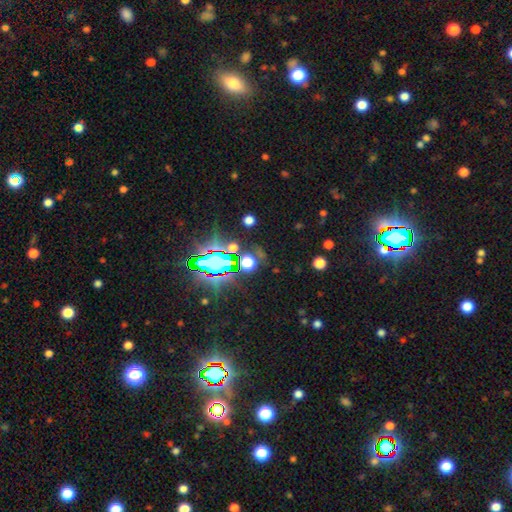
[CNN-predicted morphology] Smooth or featured? star or artifact (80%)